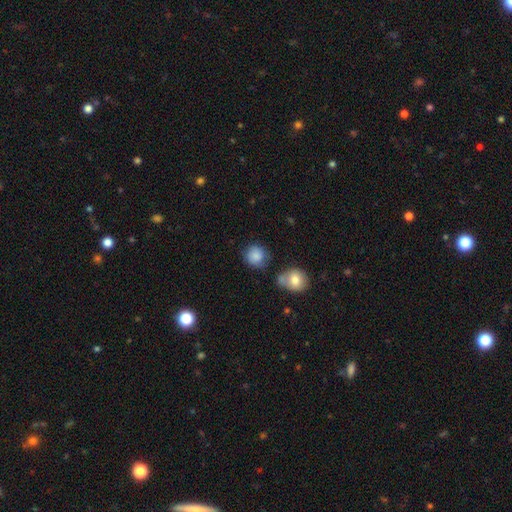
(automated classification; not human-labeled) smooth_or_featured: smooth (p=0.84) [alt: featured or disk p=0.08]
how_rounded: round (p=0.85) [alt: in between p=0.14]
merging: none (p=0.63) [alt: minor disturbance p=0.20]